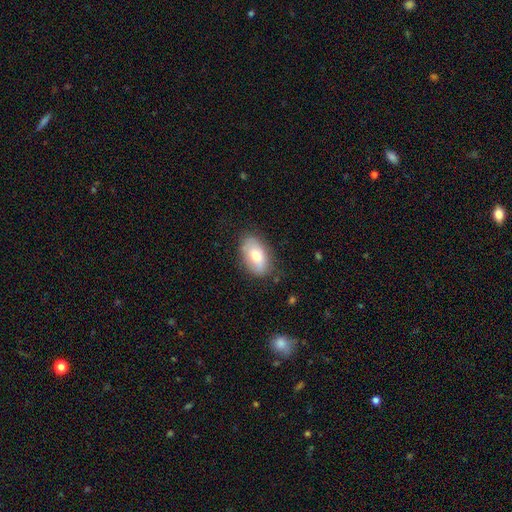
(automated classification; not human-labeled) A smooth galaxy with no disk features (69%) that is in between round and cigar-shaped (91%). Merging: none (78%).